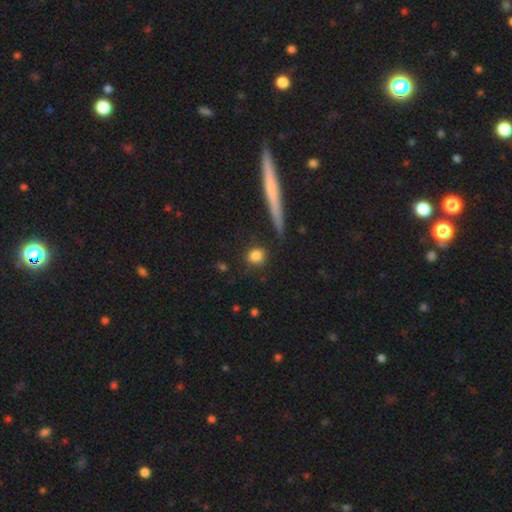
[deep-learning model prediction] smooth 84%, star or artifact 8%, featured or disk 7%. Down the decision tree: how rounded — round (76%); merging — none (86%).